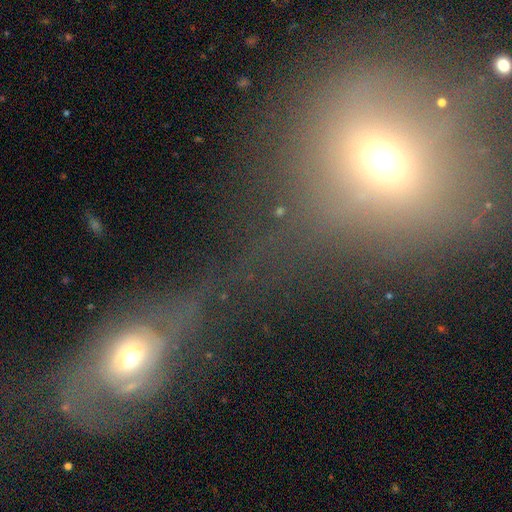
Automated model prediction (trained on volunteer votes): A smooth galaxy with no disk features (45%). Merging: merger (43%).